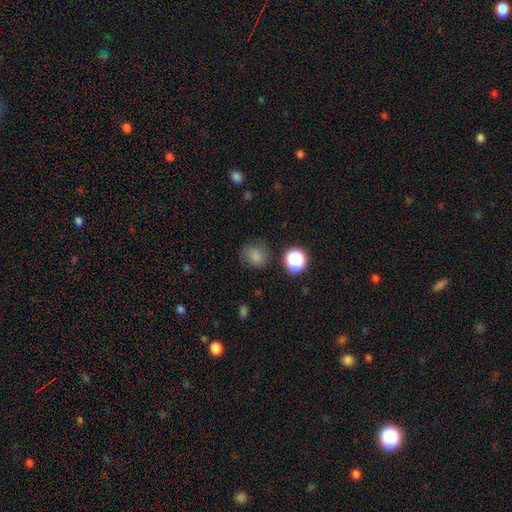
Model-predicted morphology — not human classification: type=smooth (78%); roundness=round (68%); merging=none (70%).